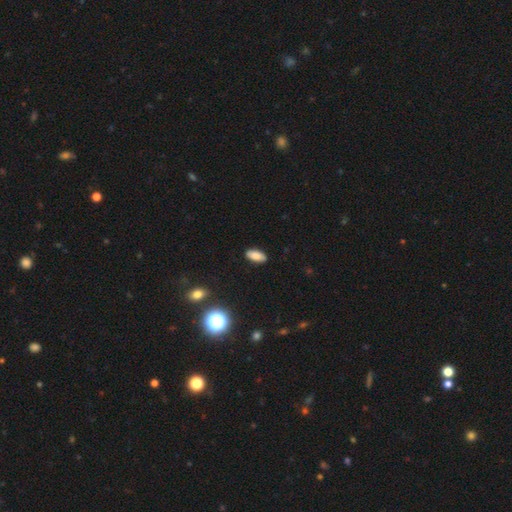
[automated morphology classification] Smooth or featured: smooth — 84% (star or artifact — 10%)
How rounded: in between — 89% (cigar-shaped — 7%)
Merging: none — 88% (minor disturbance — 9%)